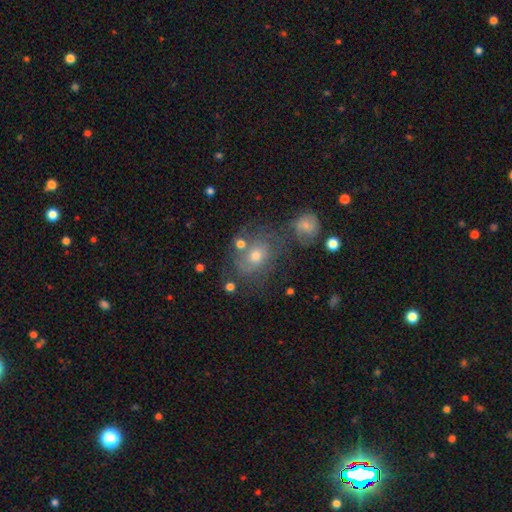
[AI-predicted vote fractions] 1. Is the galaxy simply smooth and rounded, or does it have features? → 45% featured or disk, 40% smooth, 15% star or artifact.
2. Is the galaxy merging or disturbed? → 55% none, 18% minor disturbance, 15% merger, 12% major disturbance.